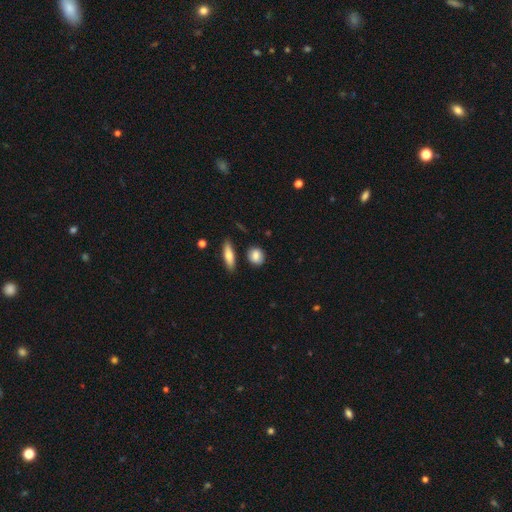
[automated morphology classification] A smooth galaxy with no disk features (85%) that is round (60%).

Vote fractions:
- Smooth or featured? smooth: 85% / featured or disk: 8% / star or artifact: 7%
- How rounded? round: 60% / in between: 34% / cigar-shaped: 6%
- Merging? none: 82% / minor disturbance: 11% / merger: 4% / major disturbance: 3%